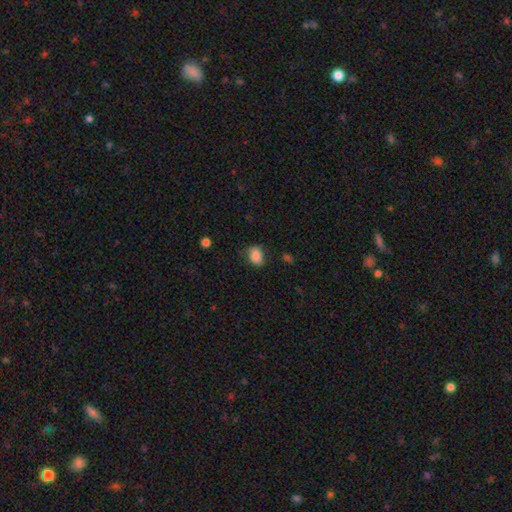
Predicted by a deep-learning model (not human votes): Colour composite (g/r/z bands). It shows a smooth galaxy with no disk features (85%) that is in between round and cigar-shaped (68%). Merging: none (70%).